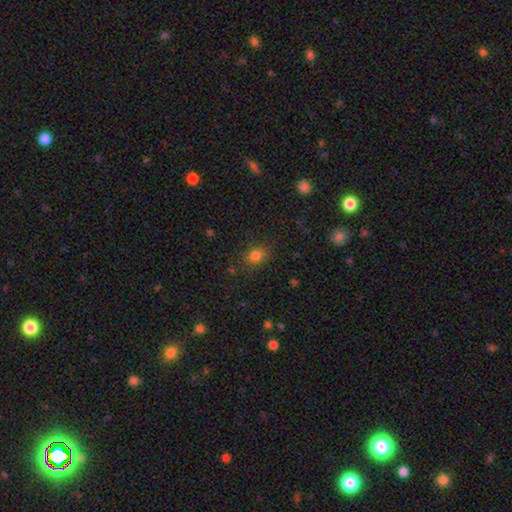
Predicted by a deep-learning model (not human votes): A smooth galaxy with no disk features (80%) that is in between round and cigar-shaped (54%).

Vote fractions:
- Smooth or featured? smooth: 80% / star or artifact: 14% / featured or disk: 6%
- How rounded? in between: 54% / round: 45% / cigar-shaped: 1%
- Merging? none: 80% / minor disturbance: 14% / major disturbance: 4% / merger: 2%